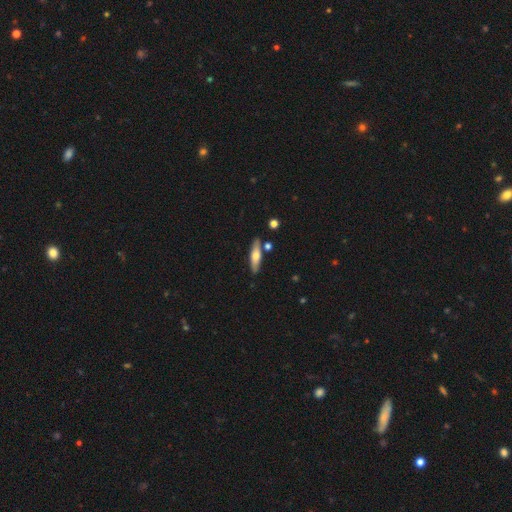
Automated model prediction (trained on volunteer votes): A smooth galaxy with no disk features (52%) that is cigar-shaped (67%).

Vote fractions:
- Smooth or featured? smooth: 52% / featured or disk: 42% / star or artifact: 6%
- How rounded? cigar-shaped: 67% / in between: 30% / round: 2%
- Merging? none: 82% / minor disturbance: 11% / merger: 6% / major disturbance: 2%